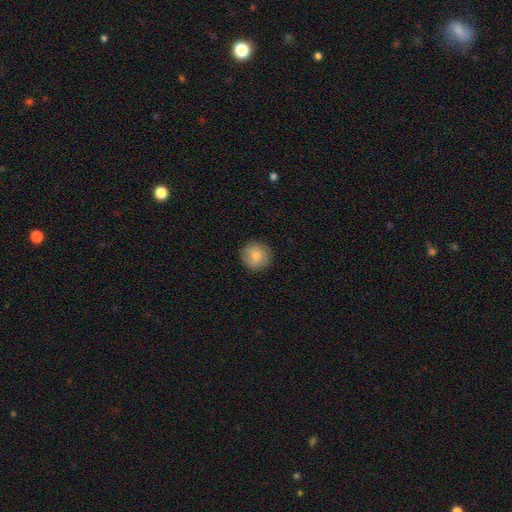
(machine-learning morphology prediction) Smooth or featured? Predicted: smooth (p=0.81). How rounded? Predicted: round (p=0.94). Merging? Predicted: none (p=0.88).